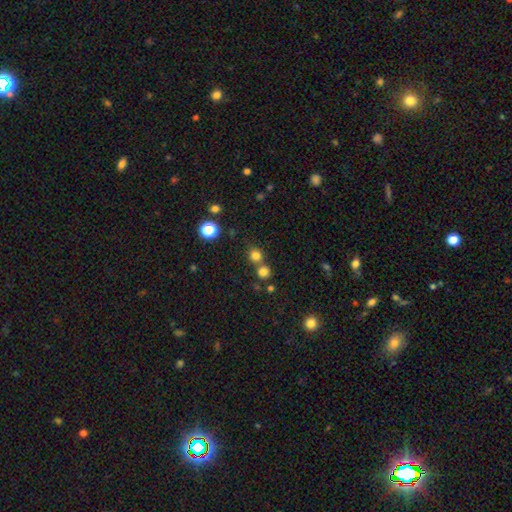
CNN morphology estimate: The model was most divided on "merging": none: 64%, merger: 27%, minor disturbance: 6%, major disturbance: 2%. More confident: how rounded — round (89%); smooth or featured — smooth (78%).